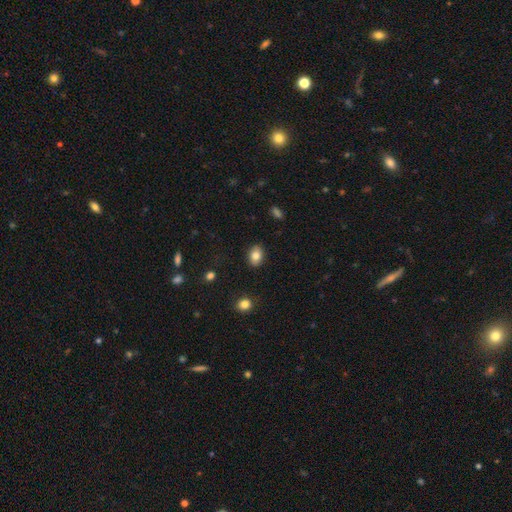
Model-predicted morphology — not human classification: type=smooth (82%); roundness=in between (73%); merging=none (88%).